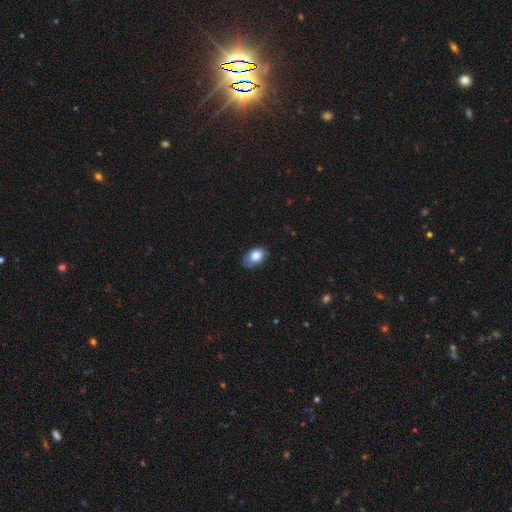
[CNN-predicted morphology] Smooth or featured? Predicted: smooth (p=0.82). How rounded? Predicted: in between (p=0.83). Merging? Predicted: none (p=0.66).